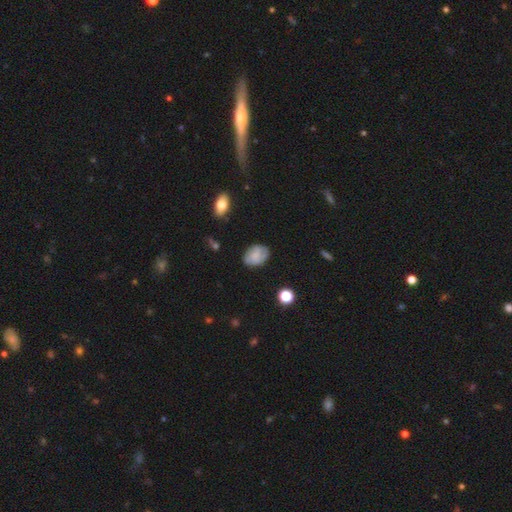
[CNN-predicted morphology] Smooth or featured? Predicted: smooth (p=0.64). How rounded? Predicted: in between (p=0.78). Merging? Predicted: none (p=0.73).